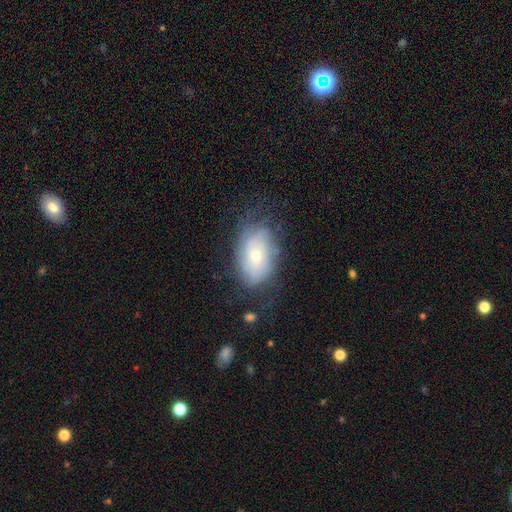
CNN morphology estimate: This appears to be a featured or disk galaxy (55%) with no bar (82%), spiral arms (69%) and a small central bulge (55%). Merging: none (65%).